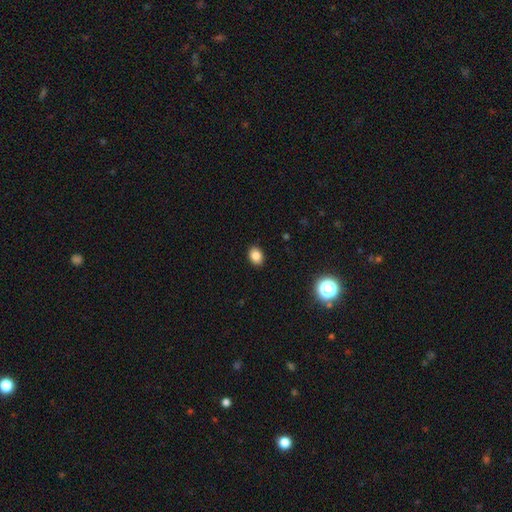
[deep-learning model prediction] Smooth or featured: smooth — 84% (star or artifact — 10%)
How rounded: in between — 70% (round — 29%)
Merging: none — 90% (minor disturbance — 7%)